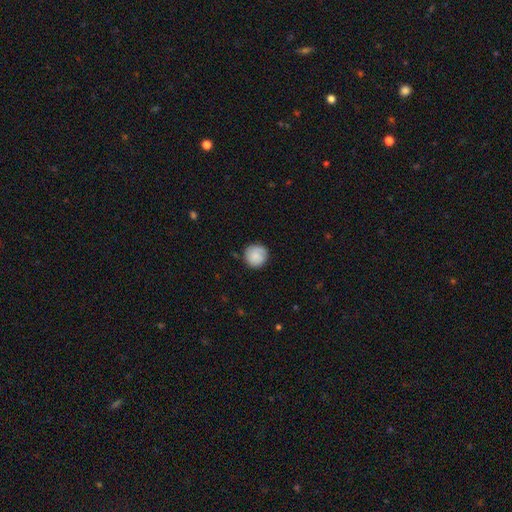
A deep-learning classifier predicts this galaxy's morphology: Overall: smooth (83%). How rounded: round (93%). Merging: none (81%).